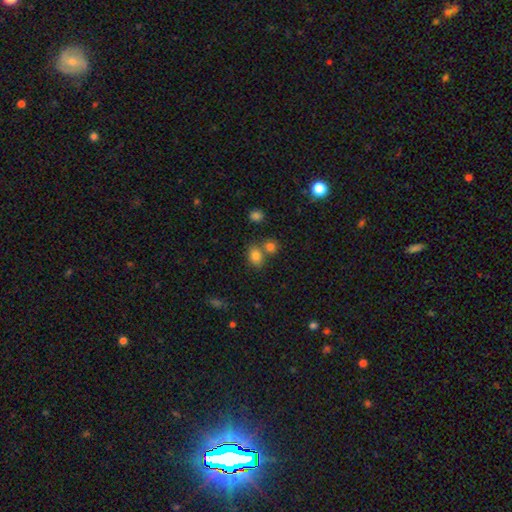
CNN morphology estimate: Q: Smooth or featured?
A: smooth (81%); runner-up: star or artifact (12%)
Q: How rounded?
A: in between (60%); runner-up: round (39%)
Q: Merging?
A: none (56%); runner-up: merger (30%)